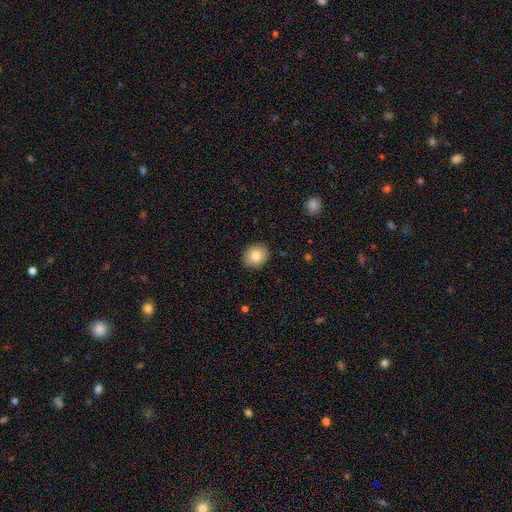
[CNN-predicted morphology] type=smooth (83%); roundness=round (67%); merging=none (89%).